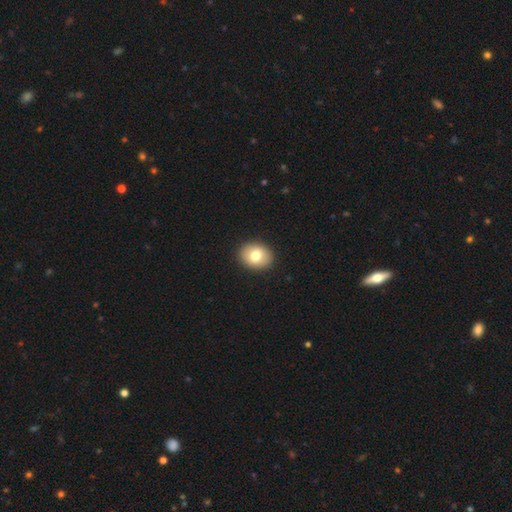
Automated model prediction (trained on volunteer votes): Smooth or featured? smooth (76%)
How rounded? in between (50%)
Merging? none (91%)